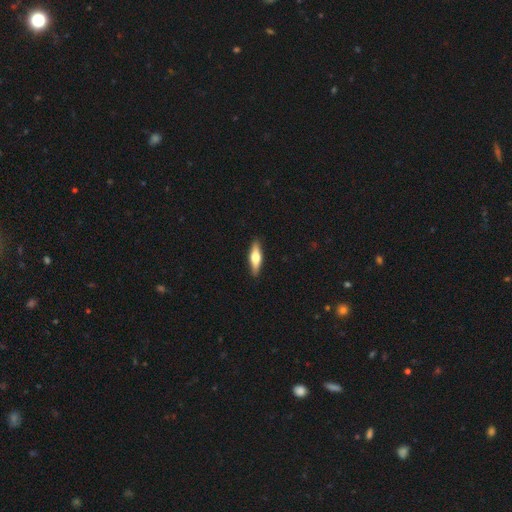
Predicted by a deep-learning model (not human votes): Morphology: type=featured or disk (47%, tied with smooth); merging=none (90%).